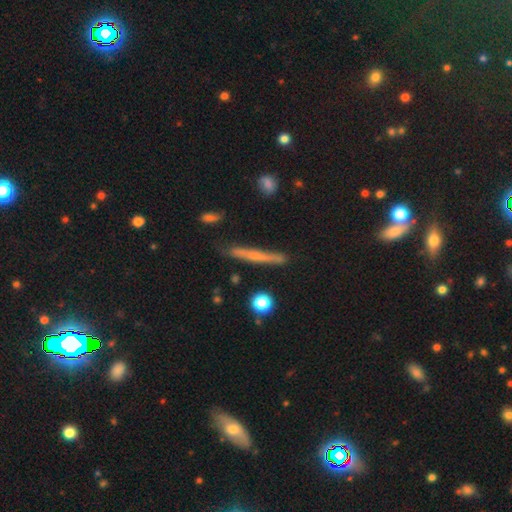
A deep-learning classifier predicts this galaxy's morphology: The model was most divided on "smooth or featured": smooth: 48%, featured or disk: 43%, star or artifact: 9%. More confident: merging — none (80%).